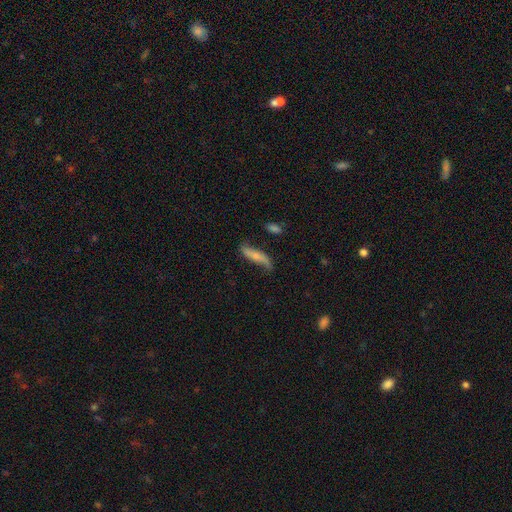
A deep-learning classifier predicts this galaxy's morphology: A featured or disk galaxy (53%). Merging: none (63%).